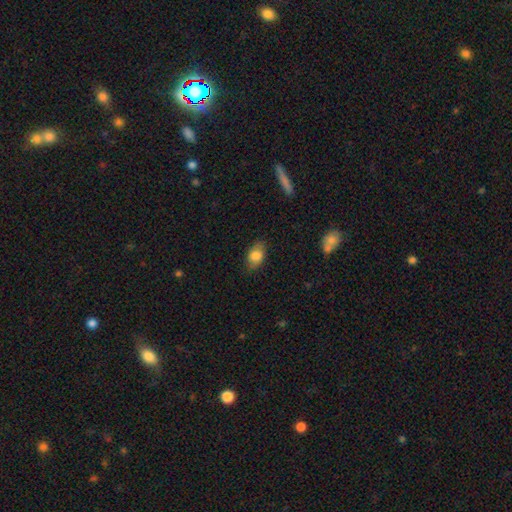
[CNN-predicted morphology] A smooth galaxy with no disk features (80%) that is in between round and cigar-shaped (84%).

Vote fractions:
- Smooth or featured? smooth: 80% / featured or disk: 12% / star or artifact: 8%
- How rounded? in between: 84% / round: 14% / cigar-shaped: 2%
- Merging? none: 77% / minor disturbance: 17% / major disturbance: 4% / merger: 1%